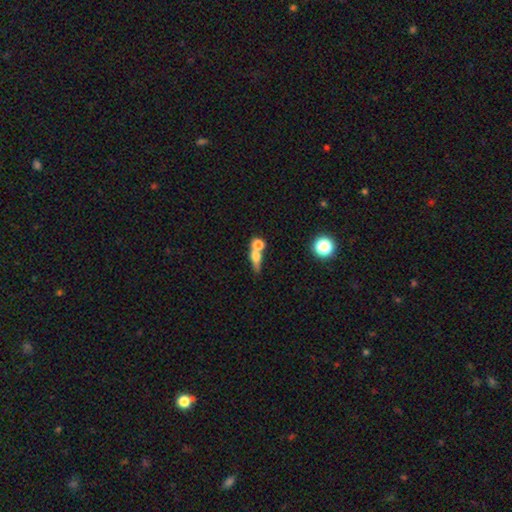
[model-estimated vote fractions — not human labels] smooth-or-featured: smooth: 65% | featured or disk: 24% | star or artifact: 11%
  how-rounded: in between: 41% | round: 35% | cigar-shaped: 23%
  merging: merger: 55% | none: 30% | minor disturbance: 9% | major disturbance: 6%